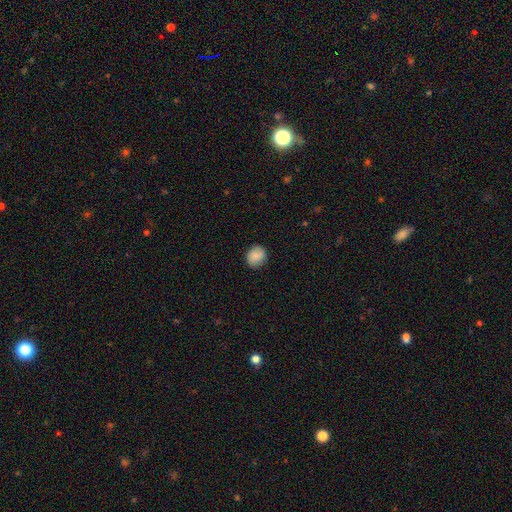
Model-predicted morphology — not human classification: smooth-or-featured: smooth: 83% | featured or disk: 9% | star or artifact: 8%
  how-rounded: round: 78% | in between: 21% | cigar-shaped: 1%
  merging: none: 86% | minor disturbance: 10% | major disturbance: 2% | merger: 1%